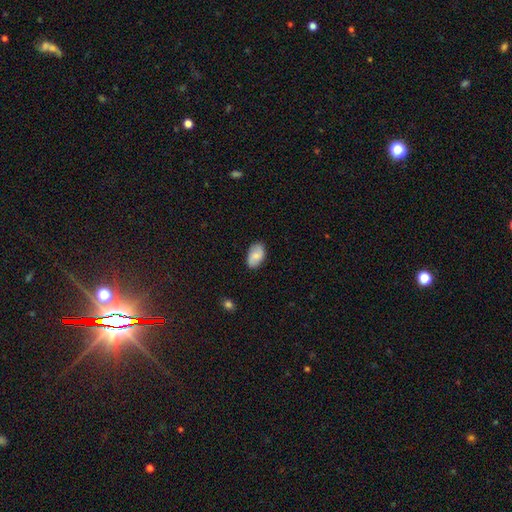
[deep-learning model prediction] Smooth or featured?
  - smooth: 68% *
  - featured or disk: 25%
  - star or artifact: 7%
How rounded?
  - in between: 93% *
  - round: 6%
  - cigar-shaped: 2%
Merging?
  - none: 84% *
  - minor disturbance: 13%
  - major disturbance: 3%
  - merger: 1%